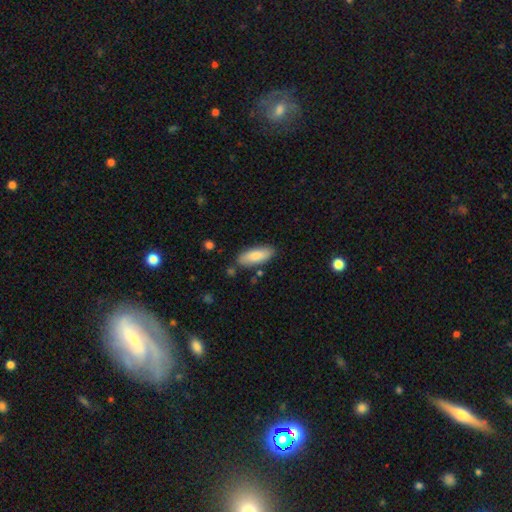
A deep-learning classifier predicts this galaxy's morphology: smooth 83%, featured or disk 11%, star or artifact 6%. Down the decision tree: how rounded — in between (75%); merging — none (81%).